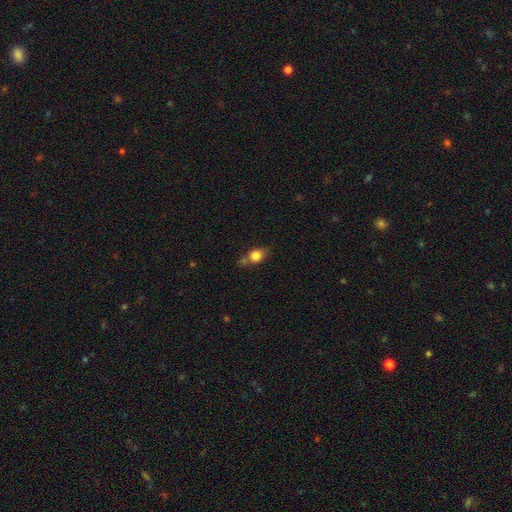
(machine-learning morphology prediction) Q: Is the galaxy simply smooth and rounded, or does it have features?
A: smooth — 80%.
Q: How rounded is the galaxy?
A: in between — 49%.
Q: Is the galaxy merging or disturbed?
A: none — 54%.